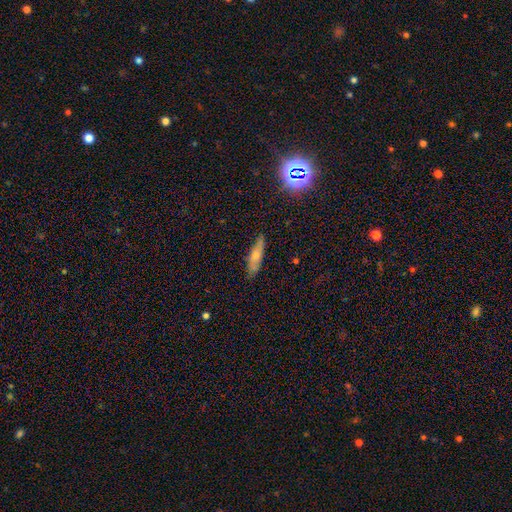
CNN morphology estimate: A smooth galaxy with no disk features (60%) that is cigar-shaped (68%). Merging: none (80%).